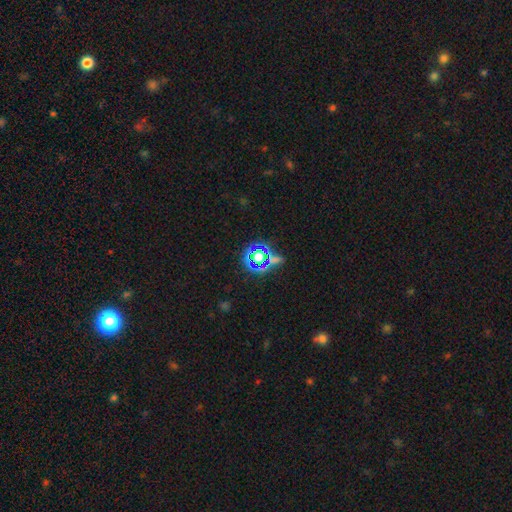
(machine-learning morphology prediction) The model was most divided on "smooth or featured": star or artifact: 61%, smooth: 28%, featured or disk: 11%.